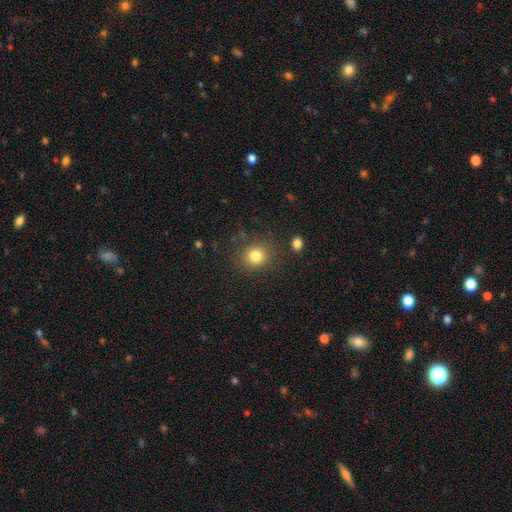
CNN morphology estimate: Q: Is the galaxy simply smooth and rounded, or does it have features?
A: smooth — 82%.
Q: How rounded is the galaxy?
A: round — 84%.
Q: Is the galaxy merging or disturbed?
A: none — 84%.